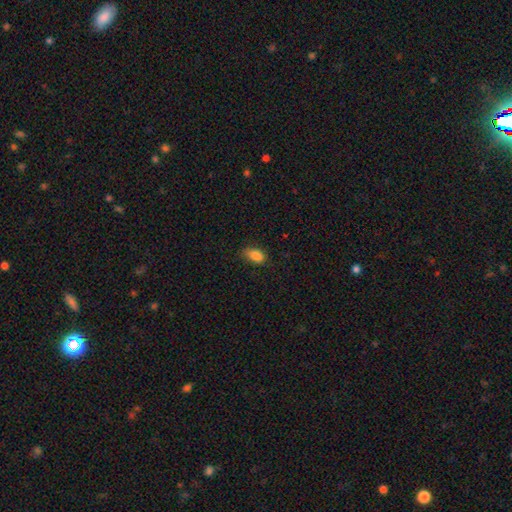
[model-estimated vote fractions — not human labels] A smooth galaxy with no disk features (85%) that is in between round and cigar-shaped (88%). Merging: none (67%).